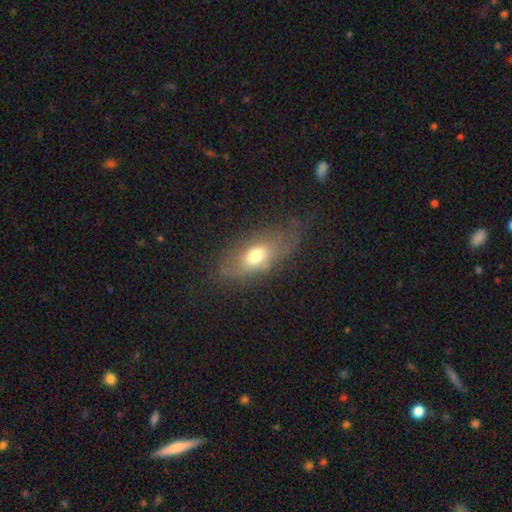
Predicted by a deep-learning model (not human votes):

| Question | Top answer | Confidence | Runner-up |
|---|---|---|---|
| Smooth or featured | smooth | 57% | featured or disk (34%) |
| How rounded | in between | 83% | cigar-shaped (8%) |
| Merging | none | 57% | minor disturbance (23%) |